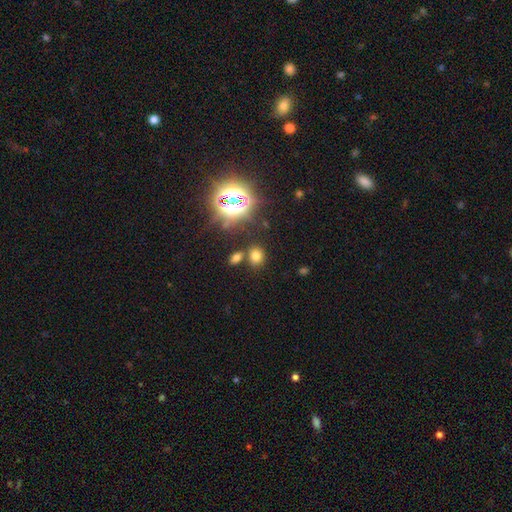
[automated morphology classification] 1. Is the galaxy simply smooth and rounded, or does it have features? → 67% smooth, 25% star or artifact, 7% featured or disk.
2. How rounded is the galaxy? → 59% round, 40% in between, 1% cigar-shaped.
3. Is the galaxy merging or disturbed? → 75% none, 12% merger, 9% minor disturbance, 4% major disturbance.